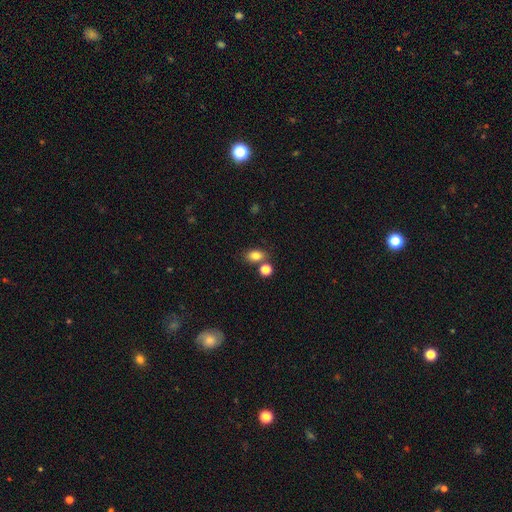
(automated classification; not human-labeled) Smooth or featured? smooth (81%)
How rounded? in between (73%)
Merging? none (68%)